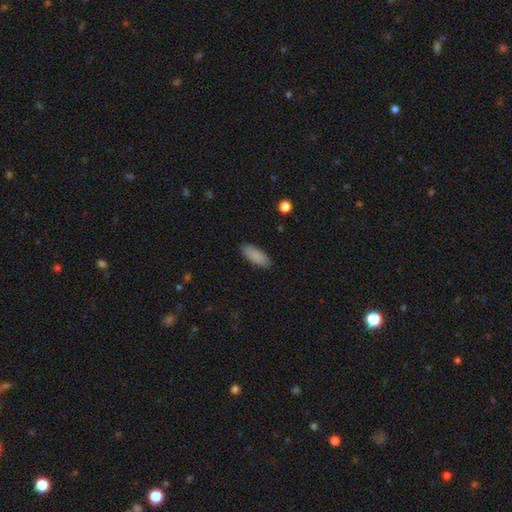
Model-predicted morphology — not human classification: This is clearly a smooth galaxy (89%). How rounded: likely in between (74%). Merging: clearly none (88%).